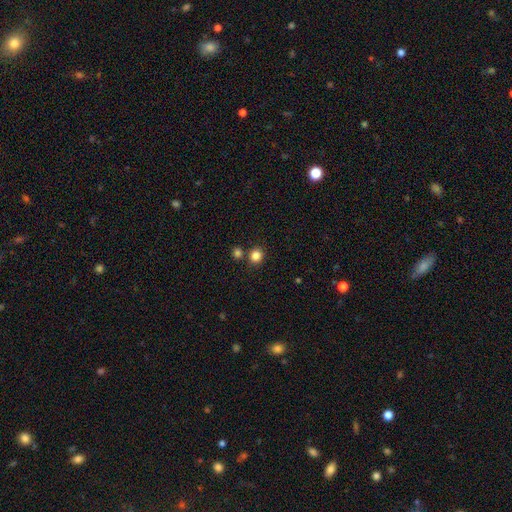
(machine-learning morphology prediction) Q: Smooth or featured?
A: smooth (84%); runner-up: star or artifact (12%)
Q: How rounded?
A: round (86%); runner-up: in between (13%)
Q: Merging?
A: none (79%); runner-up: merger (11%)